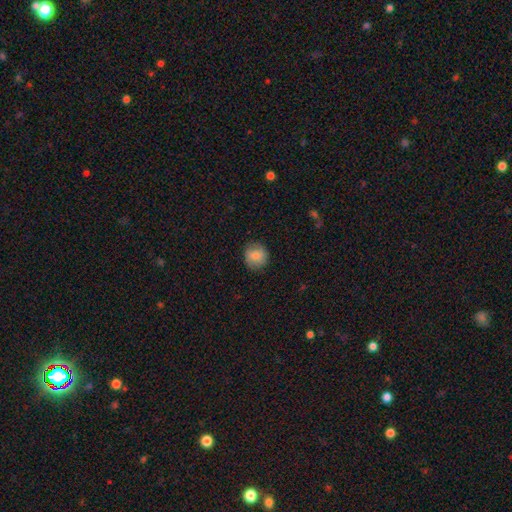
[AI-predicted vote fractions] smooth-or-featured: smooth: 82% | featured or disk: 10% | star or artifact: 8%
  how-rounded: round: 89% | in between: 10% | cigar-shaped: 1%
  merging: none: 85% | minor disturbance: 11% | major disturbance: 3% | merger: 1%